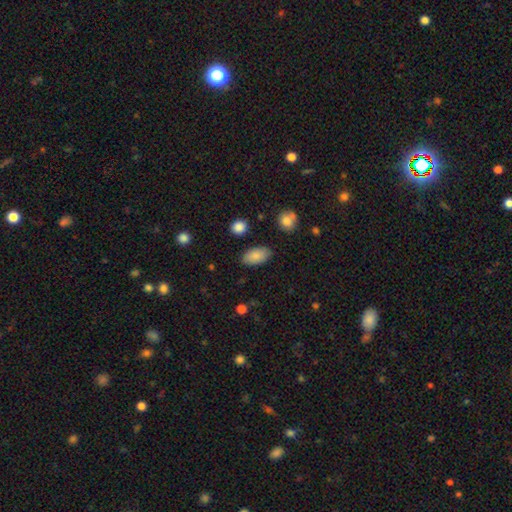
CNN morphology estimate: Smooth or featured? Predicted: smooth (p=0.86). How rounded? Predicted: in between (p=0.94). Merging? Predicted: none (p=0.85).